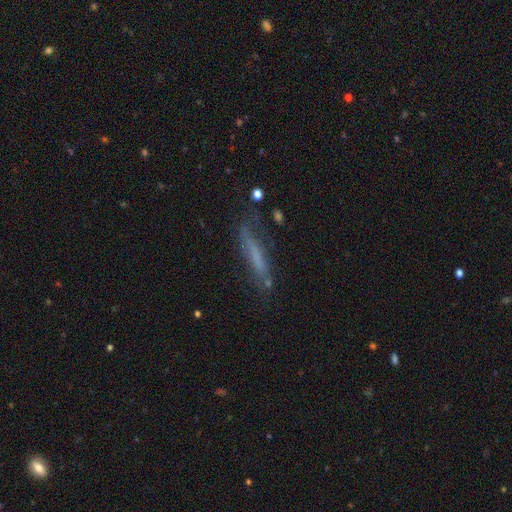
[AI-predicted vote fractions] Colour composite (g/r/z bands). It shows a smooth galaxy with no disk features (47%). Merging: none (57%).